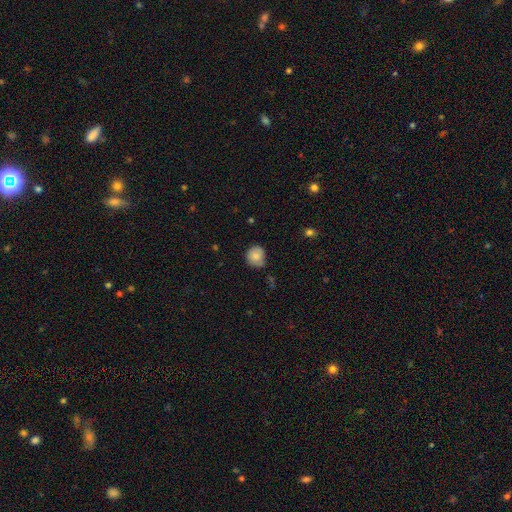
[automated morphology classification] A smooth galaxy with no disk features (81%) that is round (82%). Merging: none (70%).